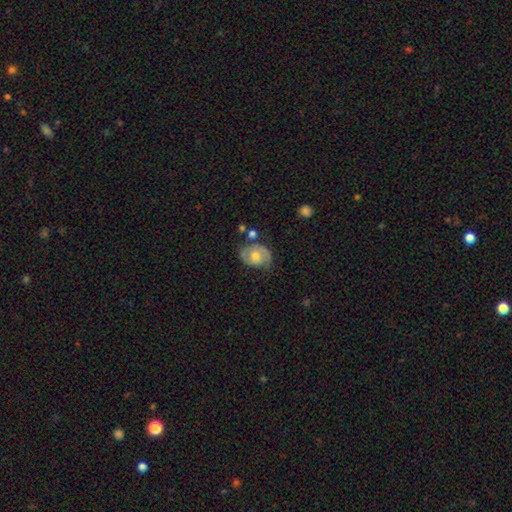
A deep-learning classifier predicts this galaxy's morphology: Q: Smooth or featured?
A: featured or disk (49%); runner-up: smooth (43%)
Q: Merging?
A: none (59%); runner-up: minor disturbance (26%)